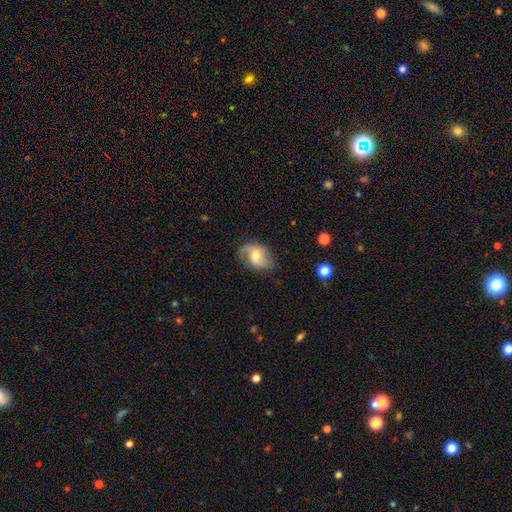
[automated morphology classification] A featured or disk galaxy (48%).

Vote fractions:
- Smooth or featured? featured or disk: 48% / smooth: 44% / star or artifact: 7%
- Merging? none: 61% / minor disturbance: 26% / major disturbance: 11% / merger: 1%